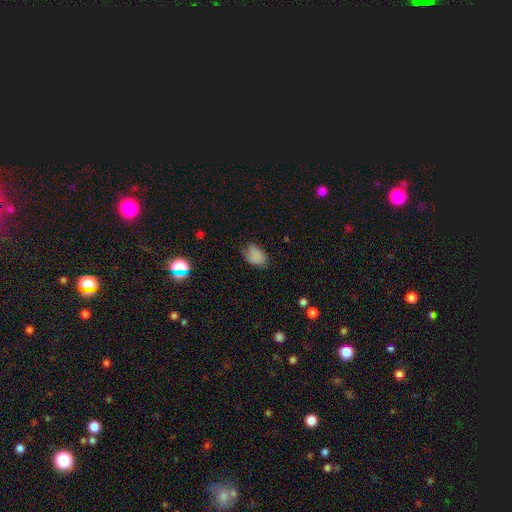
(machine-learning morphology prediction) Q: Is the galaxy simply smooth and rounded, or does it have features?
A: smooth — 77%.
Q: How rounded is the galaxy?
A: in between — 85%.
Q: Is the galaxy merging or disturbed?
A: none — 58%.